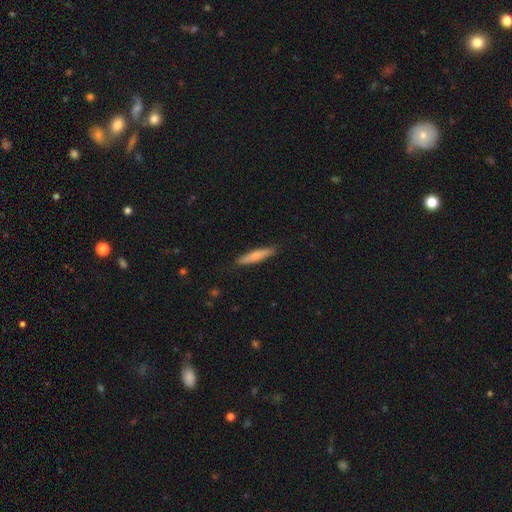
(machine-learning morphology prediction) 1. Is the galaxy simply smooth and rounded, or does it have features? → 72% smooth, 23% featured or disk, 6% star or artifact.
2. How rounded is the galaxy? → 89% cigar-shaped, 9% in between, 1% round.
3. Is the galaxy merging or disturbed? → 88% none, 9% minor disturbance, 2% major disturbance, 1% merger.